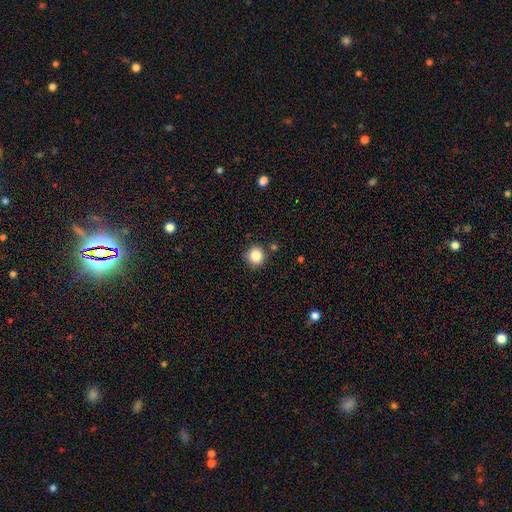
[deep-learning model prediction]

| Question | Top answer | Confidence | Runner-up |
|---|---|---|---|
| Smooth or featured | smooth | 85% | star or artifact (10%) |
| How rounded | round | 90% | in between (9%) |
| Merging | none | 85% | minor disturbance (10%) |